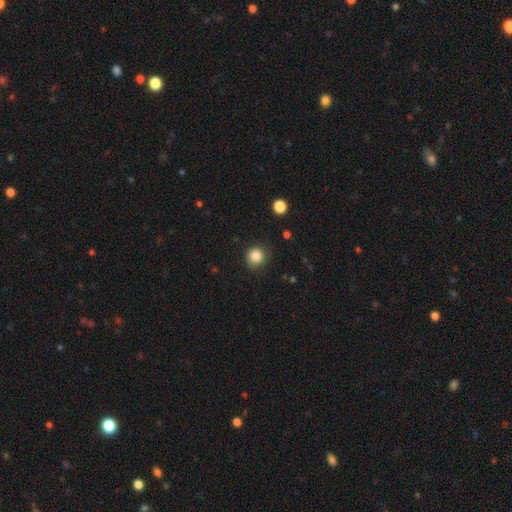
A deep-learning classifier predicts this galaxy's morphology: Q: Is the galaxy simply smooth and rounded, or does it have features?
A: smooth — 85%.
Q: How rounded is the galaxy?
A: round — 88%.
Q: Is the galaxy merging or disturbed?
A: none — 83%.